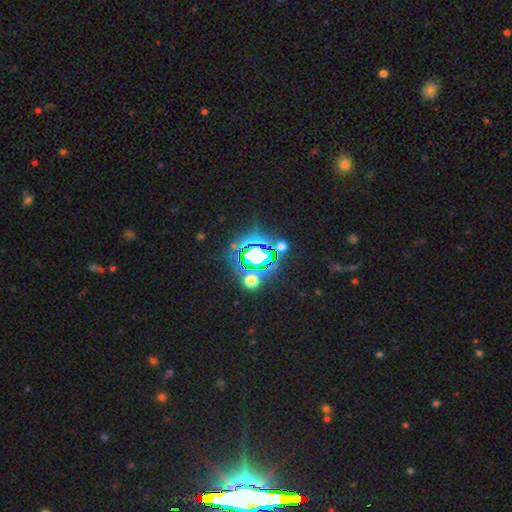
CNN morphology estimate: Smooth or featured?
  - star or artifact: 72% *
  - smooth: 18%
  - featured or disk: 10%